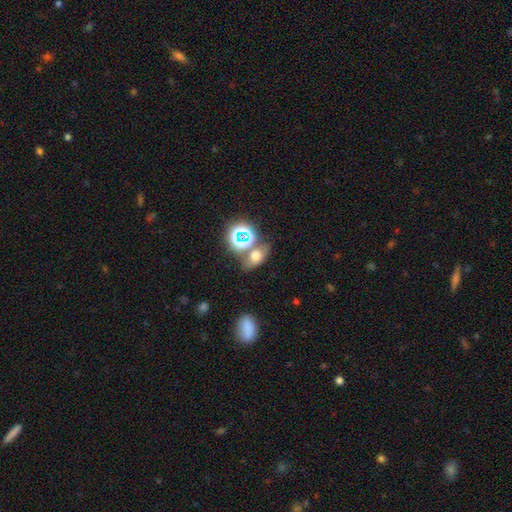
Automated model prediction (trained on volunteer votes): Morphology: type=smooth (59%); roundness=in between (71%); merging=none (61%).